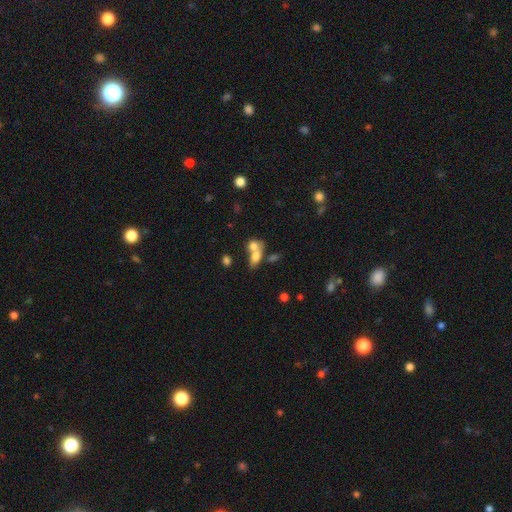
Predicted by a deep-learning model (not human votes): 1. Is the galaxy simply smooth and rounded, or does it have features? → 71% smooth, 19% featured or disk, 10% star or artifact.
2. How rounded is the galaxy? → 69% in between, 26% round, 6% cigar-shaped.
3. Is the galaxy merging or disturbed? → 62% merger, 25% none, 8% minor disturbance, 5% major disturbance.